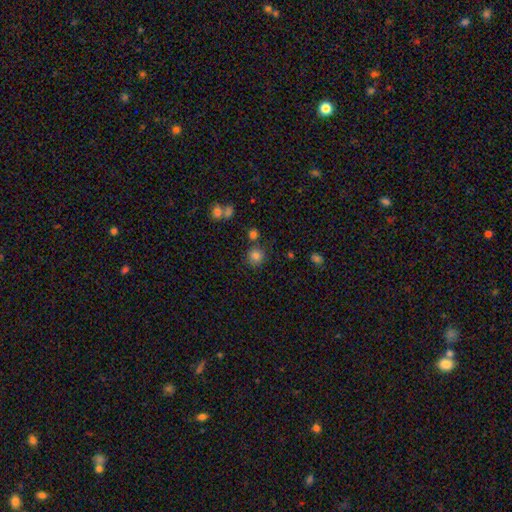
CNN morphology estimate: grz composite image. It shows a smooth galaxy with no disk features (82%) that is round (86%). Merging: none (76%).